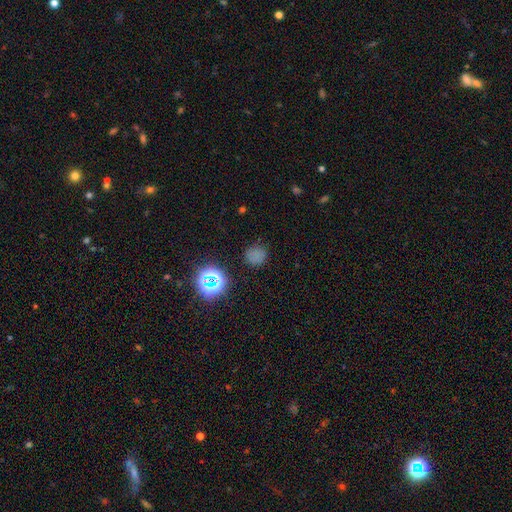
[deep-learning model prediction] Smooth or featured? Predicted: smooth (p=0.65). How rounded? Predicted: round (p=0.85). Merging? Predicted: none (p=0.82).